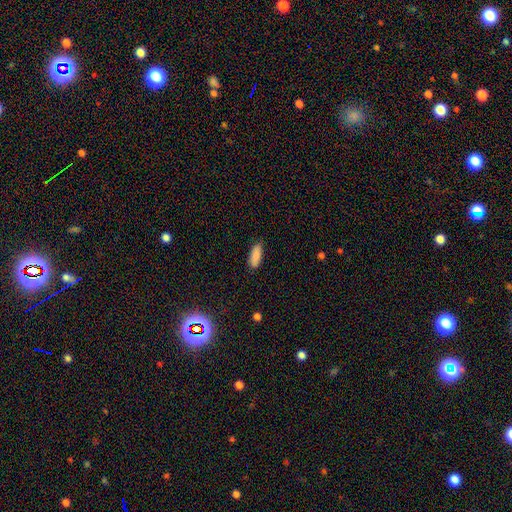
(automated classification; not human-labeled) Morphology: type=smooth (88%); roundness=in between (68%); merging=none (85%).